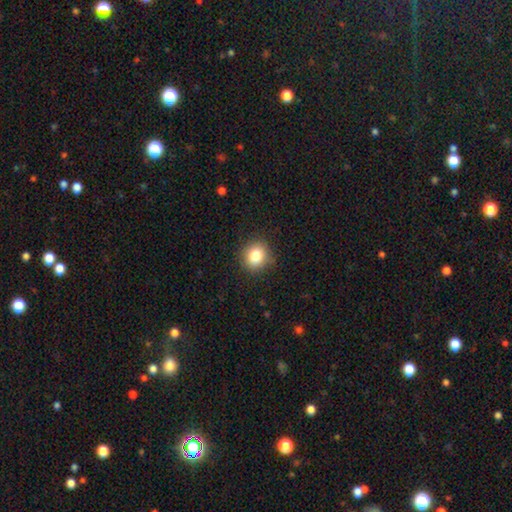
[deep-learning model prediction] Smooth or featured? Predicted: smooth (p=0.82). How rounded? Predicted: round (p=0.83). Merging? Predicted: none (p=0.87).